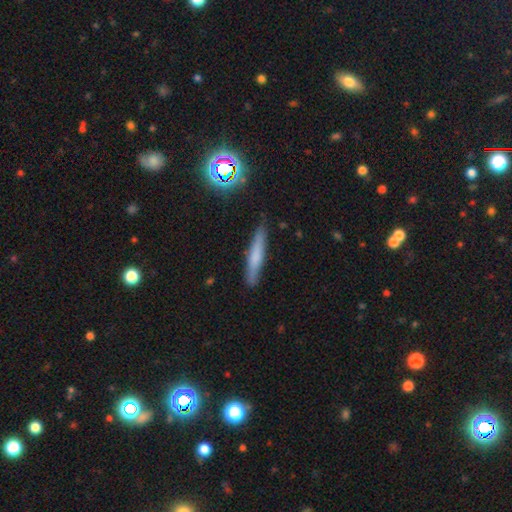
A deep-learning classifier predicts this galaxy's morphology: Smooth or featured? Predicted: smooth (p=0.58). How rounded? Predicted: cigar-shaped (p=0.92). Merging? Predicted: none (p=0.85).